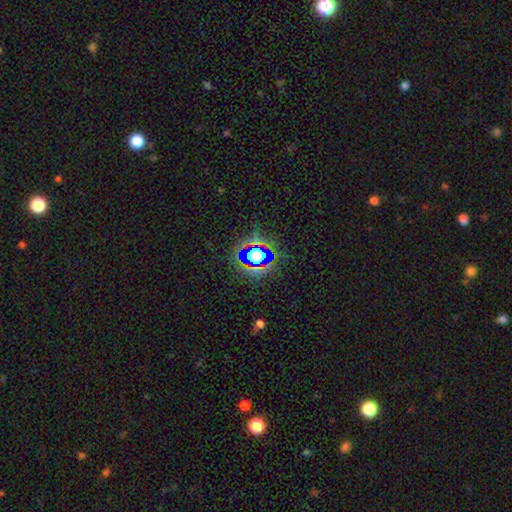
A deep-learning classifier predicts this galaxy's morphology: type=star or artifact (56%).